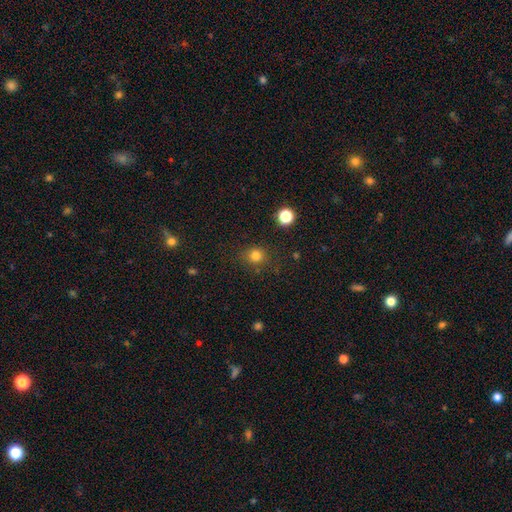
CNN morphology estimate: Smooth or featured? smooth (80%)
How rounded? round (82%)
Merging? none (81%)